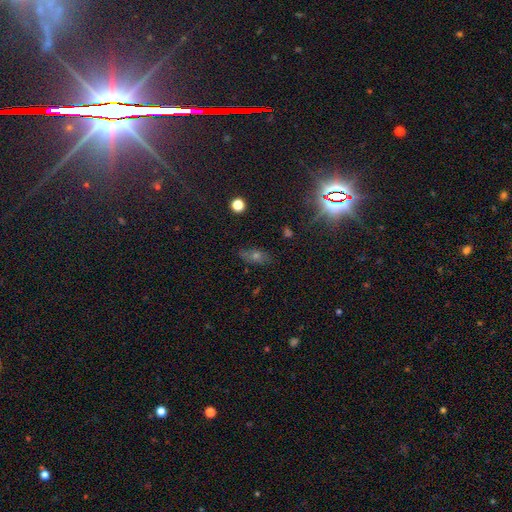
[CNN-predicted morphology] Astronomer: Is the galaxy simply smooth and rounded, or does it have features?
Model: star or artifact — 45% (runner-up: smooth, 34%).